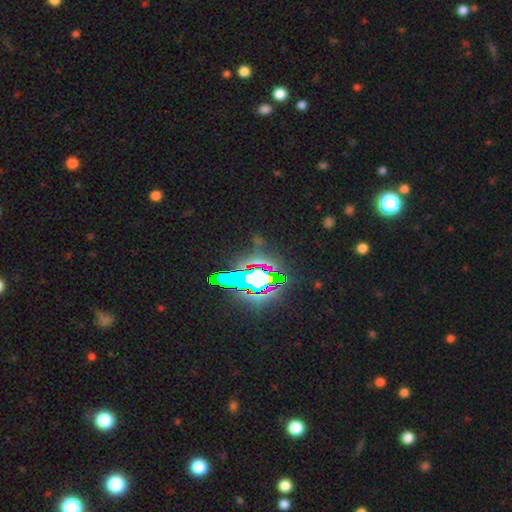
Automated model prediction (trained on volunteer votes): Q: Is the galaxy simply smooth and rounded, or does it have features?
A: star or artifact — 83%.